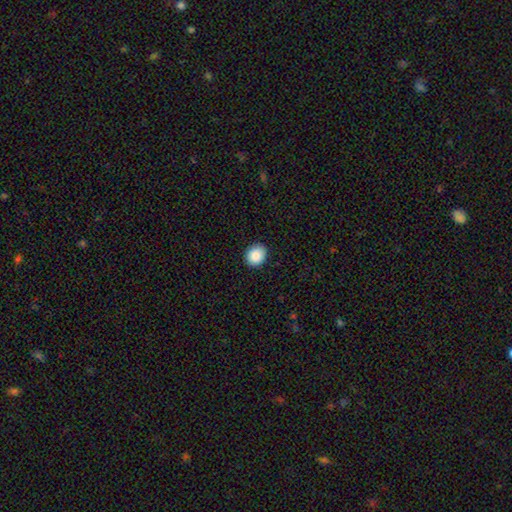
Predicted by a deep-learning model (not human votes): A smooth galaxy with no disk features (89%) that is round (70%).

Vote fractions:
- Smooth or featured? smooth: 89% / star or artifact: 8% / featured or disk: 3%
- How rounded? round: 70% / in between: 29% / cigar-shaped: 1%
- Merging? none: 89% / minor disturbance: 8% / major disturbance: 2% / merger: 1%